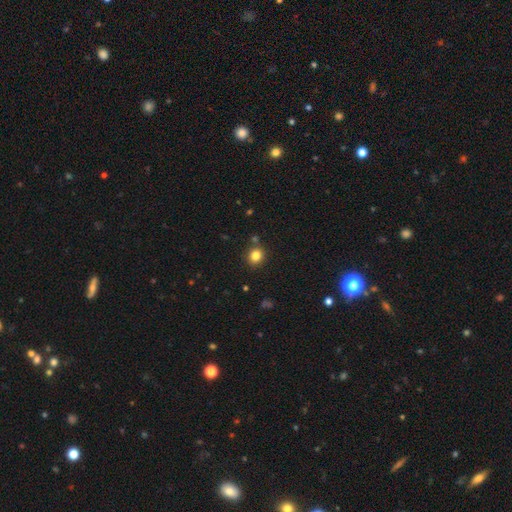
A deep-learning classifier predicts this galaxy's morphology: Q: Smooth or featured?
A: smooth (82%); runner-up: star or artifact (12%)
Q: How rounded?
A: round (83%); runner-up: in between (17%)
Q: Merging?
A: none (84%); runner-up: minor disturbance (8%)